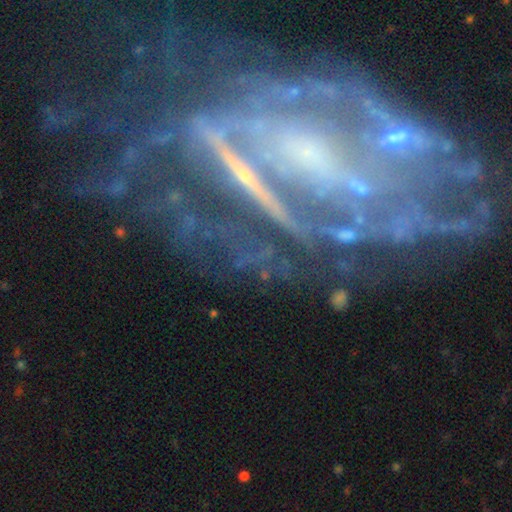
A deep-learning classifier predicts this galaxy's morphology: A featured or disk galaxy (70%). Merging: none (63%).